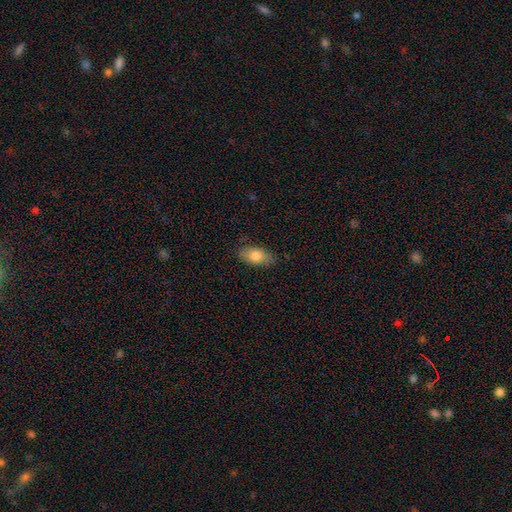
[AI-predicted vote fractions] This is likely a smooth galaxy (80%). How rounded: clearly in between (91%). Merging: clearly none (81%).